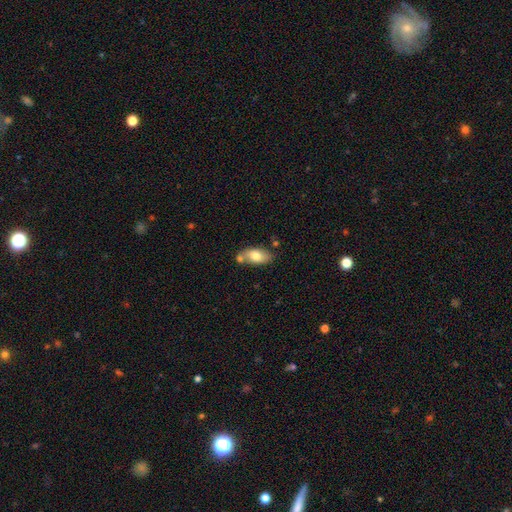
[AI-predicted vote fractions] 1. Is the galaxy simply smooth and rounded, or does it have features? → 74% smooth, 19% featured or disk, 7% star or artifact.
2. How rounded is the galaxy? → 90% in between, 5% cigar-shaped, 5% round.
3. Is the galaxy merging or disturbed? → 64% none, 17% merger, 16% minor disturbance, 4% major disturbance.